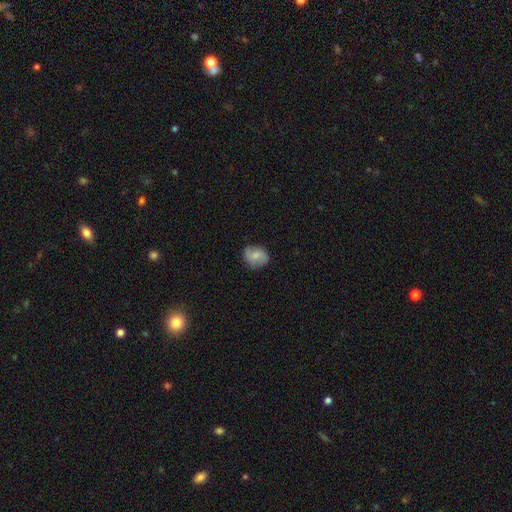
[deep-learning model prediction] A smooth galaxy with no disk features (52%) that is round (65%). Merging: none (79%).